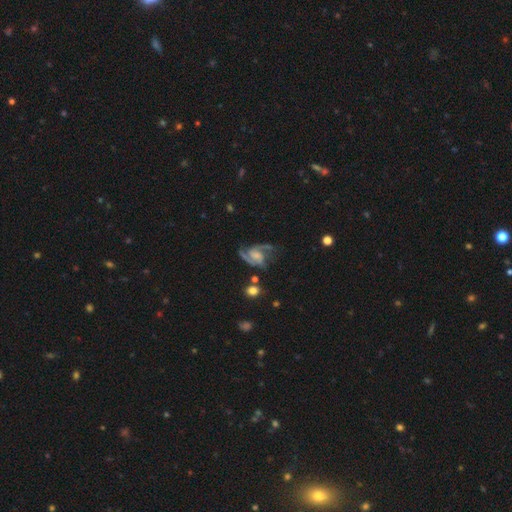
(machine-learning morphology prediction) Smooth or featured? featured or disk (87%)
Edge-on disk? no (98%)
Bar? no (49%)
Spiral arms? yes (97%)
Spiral winding? medium (55%)
Spiral arm count? 2 (75%)
Bulge size? small (38%)
Merging? none (54%)